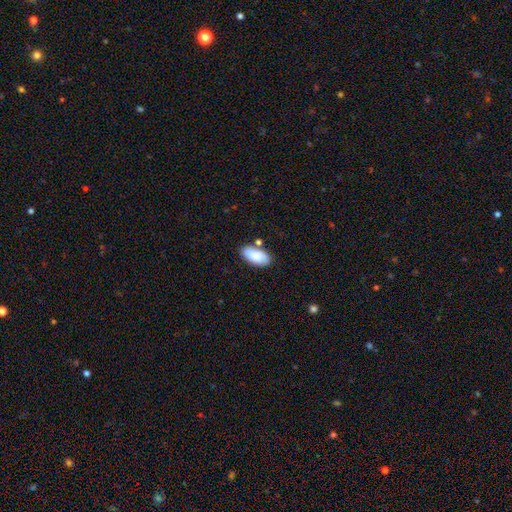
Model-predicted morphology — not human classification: smooth 85%, featured or disk 8%, star or artifact 7%. Down the decision tree: how rounded — in between (92%); merging — none (74%).